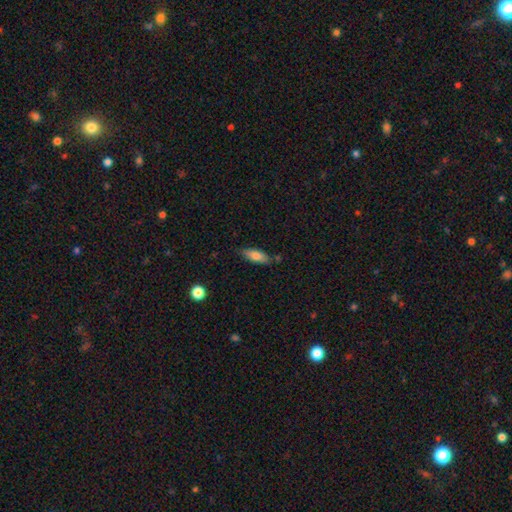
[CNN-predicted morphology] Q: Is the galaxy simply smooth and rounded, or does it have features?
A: smooth — 77%.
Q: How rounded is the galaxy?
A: in between — 65%.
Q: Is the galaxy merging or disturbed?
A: none — 75%.